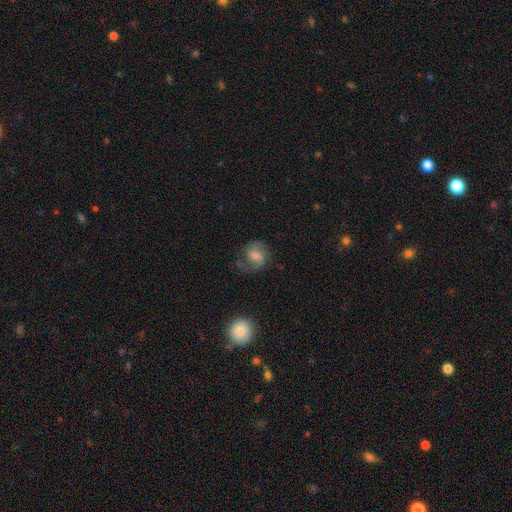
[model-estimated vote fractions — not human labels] Smooth or featured? Predicted: featured or disk (p=0.58). Edge-on disk? Predicted: no (p=0.97). Bar? Predicted: weak (p=0.48). Spiral arms? Predicted: yes (p=0.90). Spiral winding? Predicted: medium (p=0.50). Spiral arm count? Predicted: 2 (p=0.79). Bulge size? Predicted: moderate (p=0.46). Merging? Predicted: none (p=0.63).